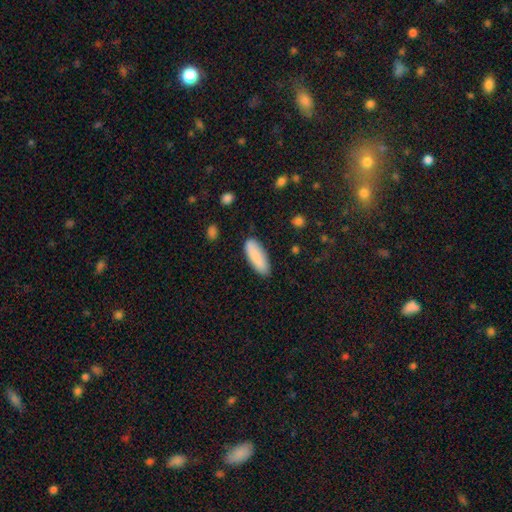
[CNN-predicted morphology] smooth_or_featured: smooth (p=0.85) [alt: featured or disk p=0.09]
how_rounded: in between (p=0.63) [alt: cigar-shaped p=0.35]
merging: none (p=0.80) [alt: minor disturbance p=0.15]